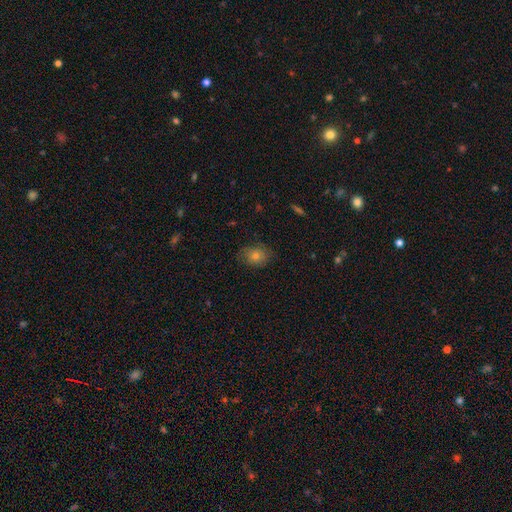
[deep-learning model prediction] Smooth or featured? smooth (66%)
How rounded? in between (57%)
Merging? none (79%)